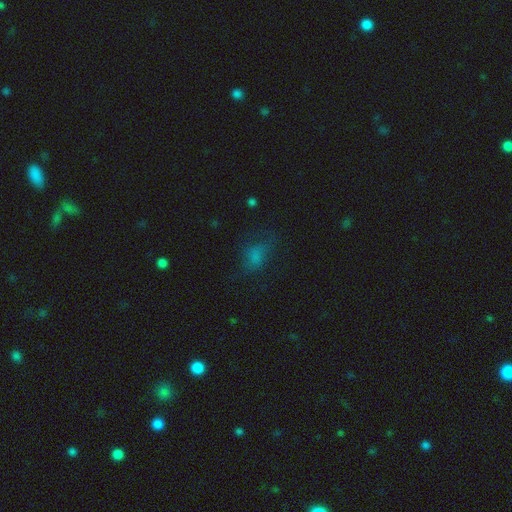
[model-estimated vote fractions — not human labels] Smooth or featured? Predicted: smooth (p=0.67). How rounded? Predicted: in between (p=0.74). Merging? Predicted: none (p=0.49).